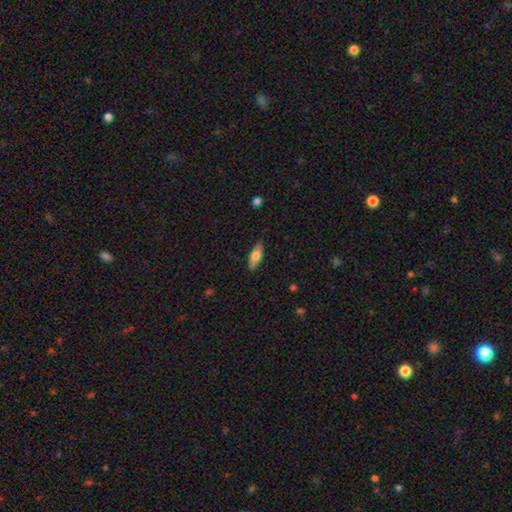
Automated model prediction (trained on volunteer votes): smooth_or_featured: smooth (p=0.66) [alt: featured or disk p=0.27]
how_rounded: in between (p=0.70) [alt: cigar-shaped p=0.28]
merging: none (p=0.83) [alt: minor disturbance p=0.13]